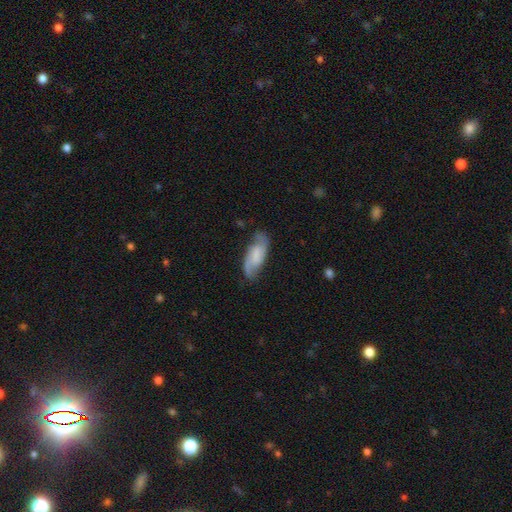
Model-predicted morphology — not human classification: This appears to be a featured or disk galaxy (68%) with a weak bar (48%), 2 (87%) medium (48%) spiral arms (94%) and a small central bulge (34%, tied with none). Merging: none (74%).